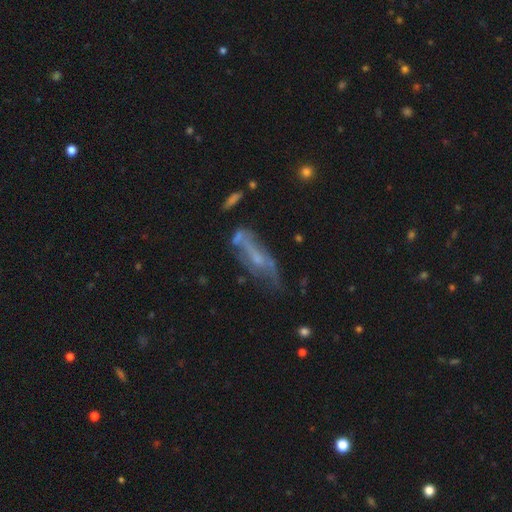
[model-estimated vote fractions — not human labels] smooth-or-featured: featured or disk: 60% | smooth: 29% | star or artifact: 11%
  disk-edge-on: no: 69% | yes: 31%
  merging: none: 43% | minor disturbance: 24% | major disturbance: 19% | merger: 14%